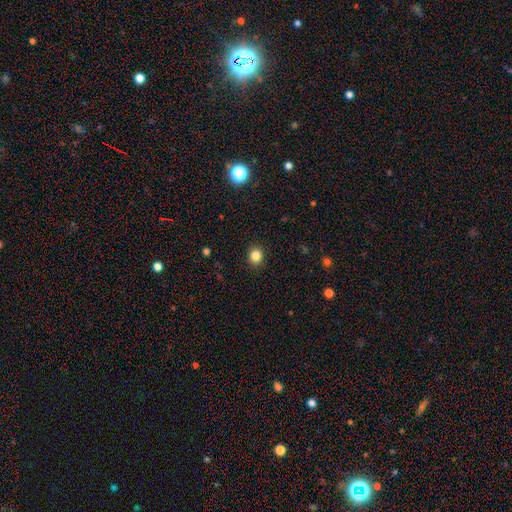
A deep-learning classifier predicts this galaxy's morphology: A smooth galaxy with no disk features (84%) that is round (76%). Merging: none (91%).